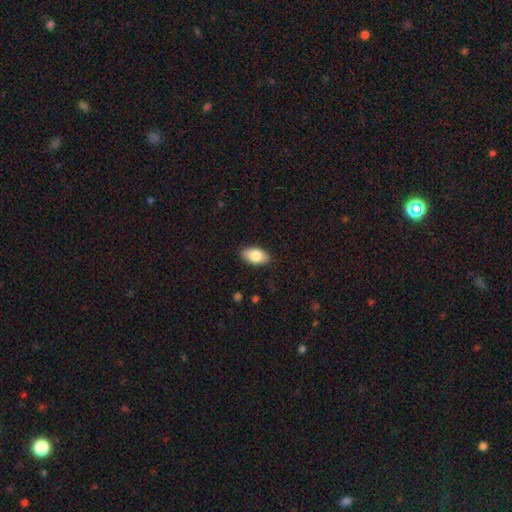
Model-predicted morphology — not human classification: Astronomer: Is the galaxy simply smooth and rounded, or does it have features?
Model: smooth — 82%.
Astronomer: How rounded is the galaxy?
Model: in between — 93%.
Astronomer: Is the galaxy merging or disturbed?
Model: none — 88%.